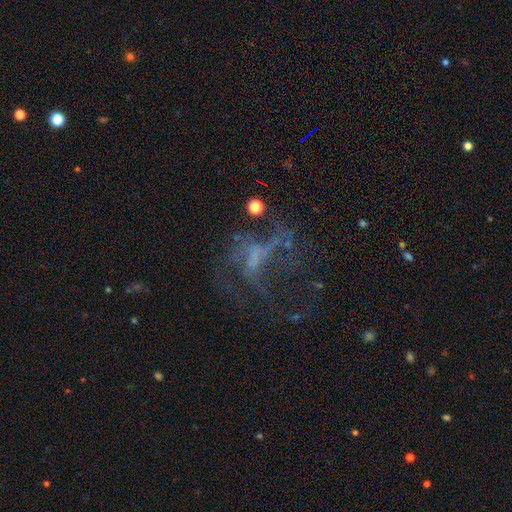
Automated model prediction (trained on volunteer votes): Overall: featured or disk (60%; star or artifact 24%). Edge-on disk: no (96%). Bar: no (55%; weak 29%). Spiral arms: yes (51%; no 49%). Bulge size: none (64%). Merging: major disturbance (44%; none 37%).